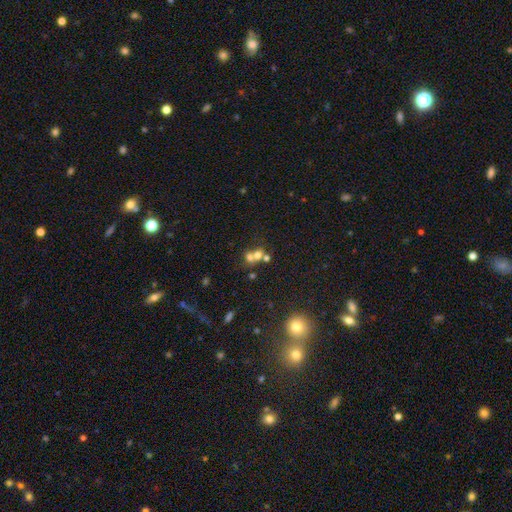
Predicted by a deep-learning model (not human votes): This is likely a smooth galaxy (60%). How rounded: likely round (71%). Merging: likely merger (60%).